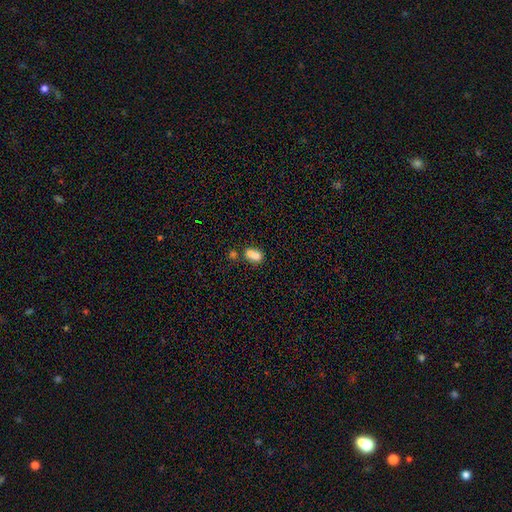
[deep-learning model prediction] smooth_or_featured: smooth (p=0.76) [alt: featured or disk p=0.13]
how_rounded: in between (p=0.73) [alt: round p=0.24]
merging: merger (p=0.50) [alt: none p=0.31]